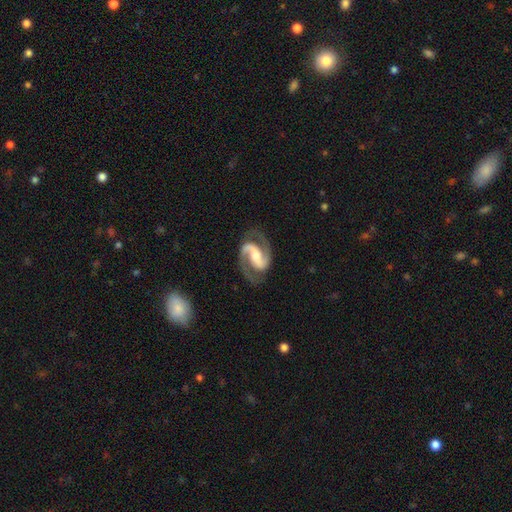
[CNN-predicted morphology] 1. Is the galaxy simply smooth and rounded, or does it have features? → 93% featured or disk, 4% smooth, 4% star or artifact.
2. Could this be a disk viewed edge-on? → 98% no, 2% yes.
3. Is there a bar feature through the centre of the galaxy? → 44% strong, 35% weak, 21% no.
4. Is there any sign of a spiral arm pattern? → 98% yes, 2% no.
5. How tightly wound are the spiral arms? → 61% medium, 23% tight, 16% loose.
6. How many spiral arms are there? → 94% 2, 2% can't tell, 1% 1, 1% 3, 1% 4, 1% more than 4.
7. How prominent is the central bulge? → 51% moderate, 32% small, 10% large, 5% none, 2% dominant.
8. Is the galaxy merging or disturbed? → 82% none, 12% minor disturbance, 5% major disturbance, 1% merger.